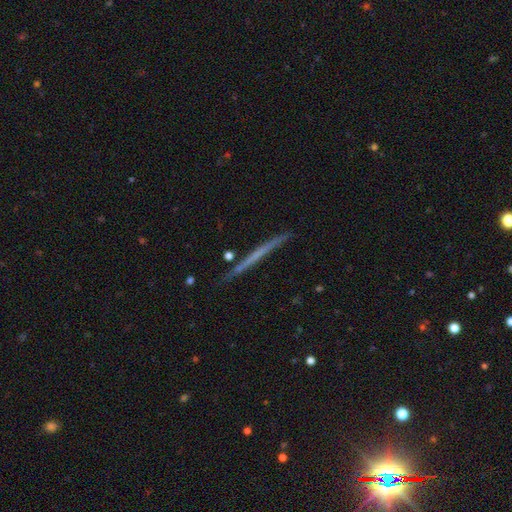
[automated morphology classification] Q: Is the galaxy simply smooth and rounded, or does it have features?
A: featured or disk — 57%.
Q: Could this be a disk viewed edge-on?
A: yes — 97%.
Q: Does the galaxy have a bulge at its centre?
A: none — 91%.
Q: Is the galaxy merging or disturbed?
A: none — 88%.